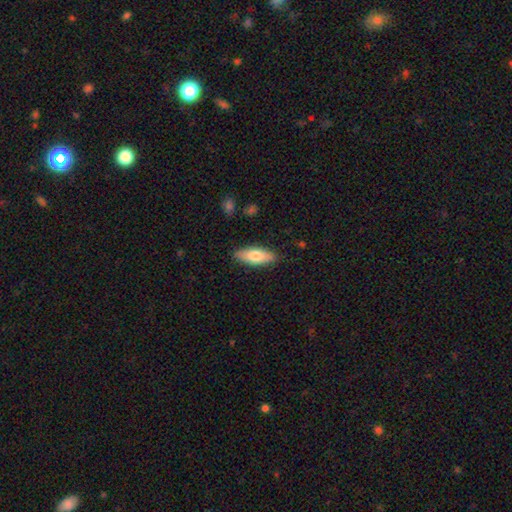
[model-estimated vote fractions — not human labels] This appears to be a smooth galaxy with no disk features (73%) that is in between round and cigar-shaped (70%). Merging: none (85%).